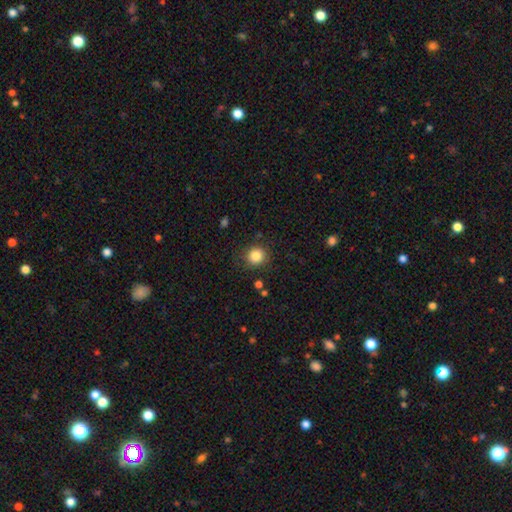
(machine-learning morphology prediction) Smooth or featured? Predicted: smooth (p=0.85). How rounded? Predicted: round (p=0.90). Merging? Predicted: none (p=0.85).